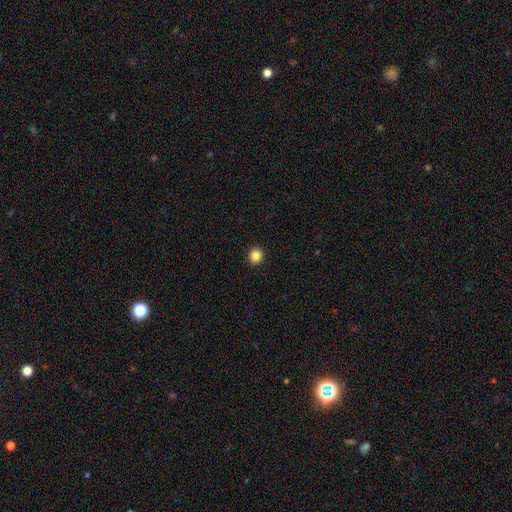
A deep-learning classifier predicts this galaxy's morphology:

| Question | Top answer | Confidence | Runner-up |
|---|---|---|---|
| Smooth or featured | smooth | 85% | star or artifact (11%) |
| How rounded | round | 89% | in between (10%) |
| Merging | none | 93% | minor disturbance (4%) |